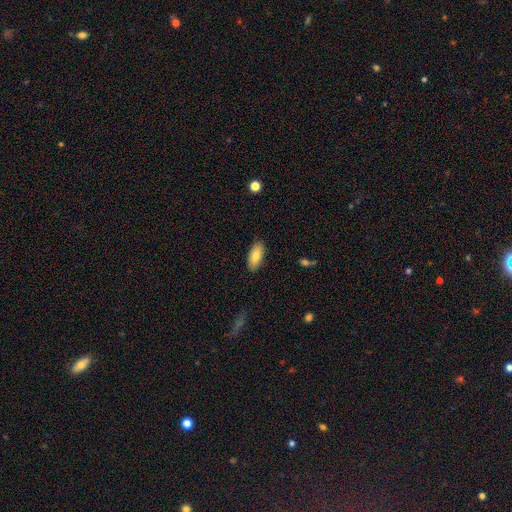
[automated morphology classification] A smooth galaxy with no disk features (82%) that is in between round and cigar-shaped (87%). Merging: none (87%).